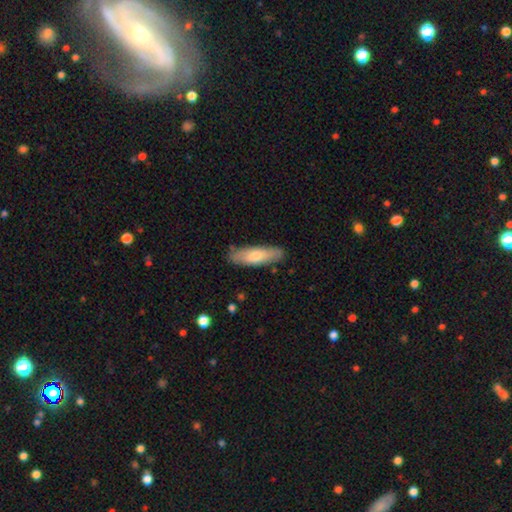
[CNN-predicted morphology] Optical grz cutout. It shows a smooth galaxy with no disk features (66%) that is cigar-shaped (51%). Merging: none (85%).